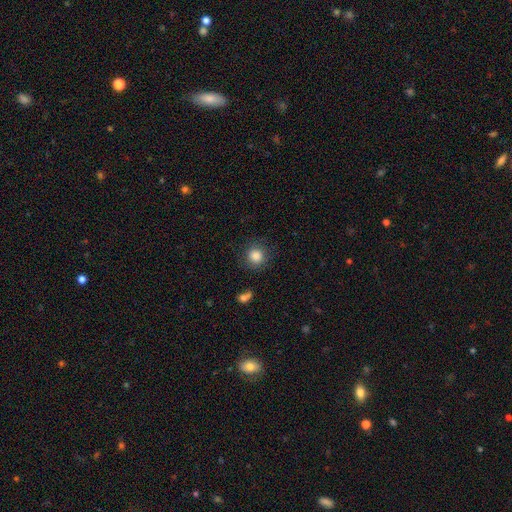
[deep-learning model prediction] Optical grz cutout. It shows a smooth galaxy with no disk features (85%) that is round (90%). Merging: none (83%).